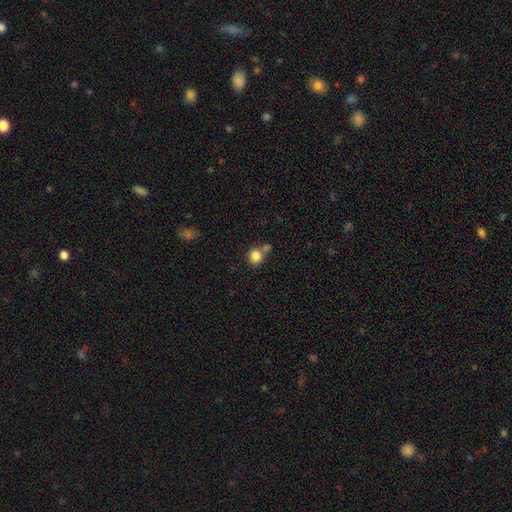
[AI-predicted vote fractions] Smooth or featured? smooth (84%)
How rounded? round (85%)
Merging? none (58%)